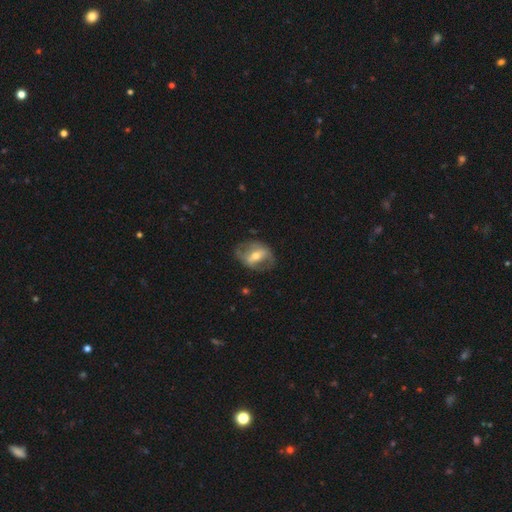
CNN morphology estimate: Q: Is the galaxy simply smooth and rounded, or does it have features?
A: featured or disk — 64%.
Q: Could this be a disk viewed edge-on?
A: no — 91%.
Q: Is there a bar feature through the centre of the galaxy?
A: strong — 49%.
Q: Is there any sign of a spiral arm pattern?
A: no — 51%.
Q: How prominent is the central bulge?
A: moderate — 61%.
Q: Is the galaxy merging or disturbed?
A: none — 66%.